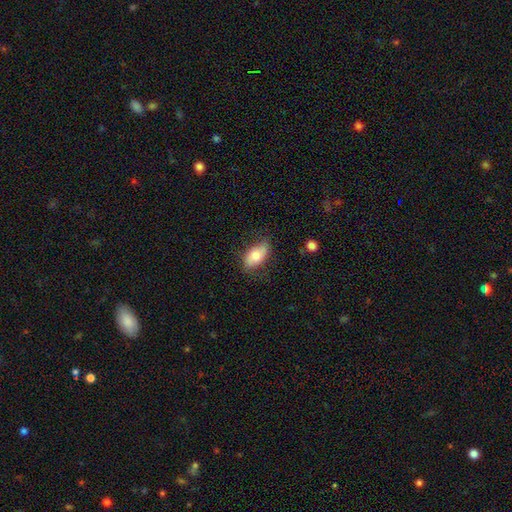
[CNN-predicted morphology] type=smooth (75%); roundness=in between (92%); merging=none (69%).